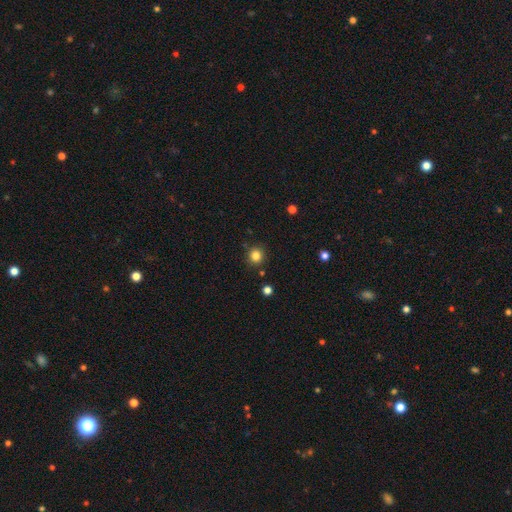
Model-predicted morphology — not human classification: A smooth galaxy with no disk features (83%) that is round (91%).

Vote fractions:
- Smooth or featured? smooth: 83% / star or artifact: 12% / featured or disk: 4%
- How rounded? round: 91% / in between: 8% / cigar-shaped: 1%
- Merging? none: 87% / minor disturbance: 8% / merger: 3% / major disturbance: 2%